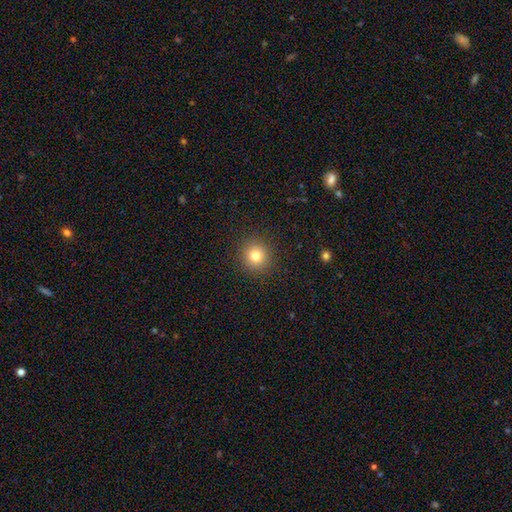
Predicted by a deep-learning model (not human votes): smooth 79%, star or artifact 13%, featured or disk 8%. Down the decision tree: how rounded — round (92%); merging — none (91%).